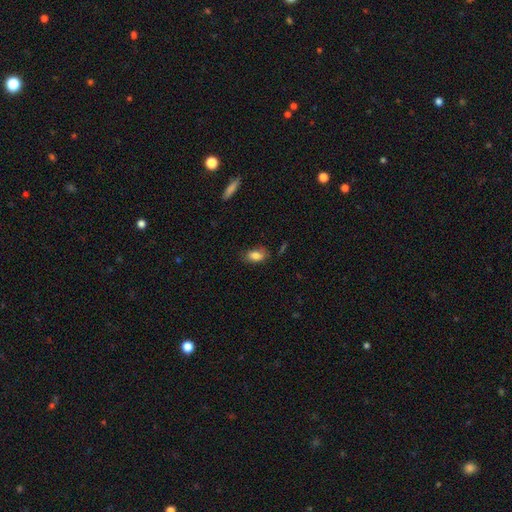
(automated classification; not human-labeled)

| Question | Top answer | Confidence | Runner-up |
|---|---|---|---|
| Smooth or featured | smooth | 82% | featured or disk (10%) |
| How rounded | in between | 89% | round (7%) |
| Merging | none | 71% | minor disturbance (21%) |